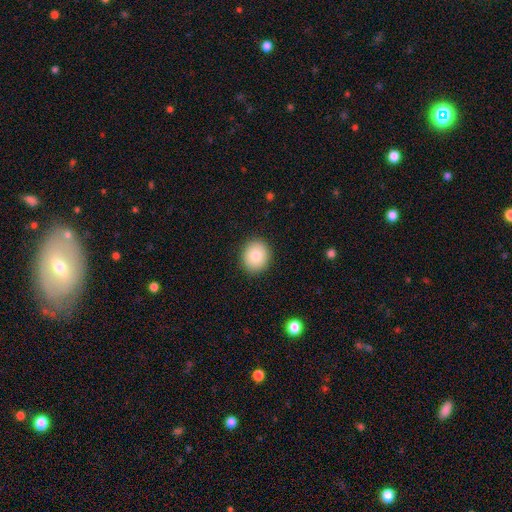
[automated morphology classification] smooth 82%, featured or disk 10%, star or artifact 8%. Down the decision tree: how rounded — round (78%); merging — none (90%).